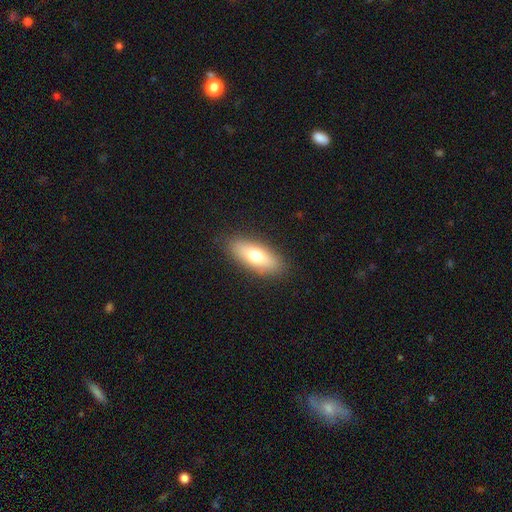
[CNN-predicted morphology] Q: Smooth or featured?
A: smooth (71%); runner-up: featured or disk (22%)
Q: How rounded?
A: in between (72%); runner-up: cigar-shaped (25%)
Q: Merging?
A: none (87%); runner-up: minor disturbance (9%)